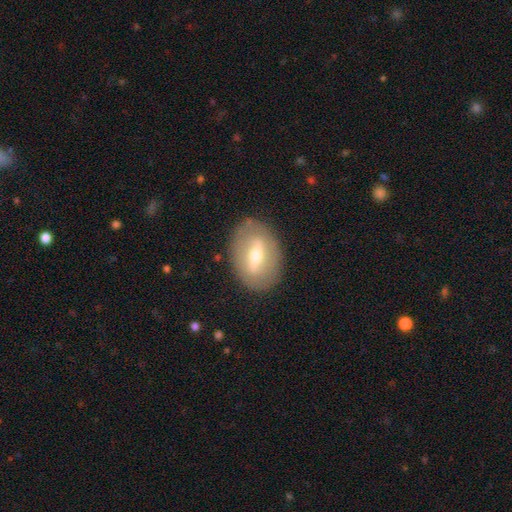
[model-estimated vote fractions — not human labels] A featured or disk galaxy (55%). Merging: none (84%).